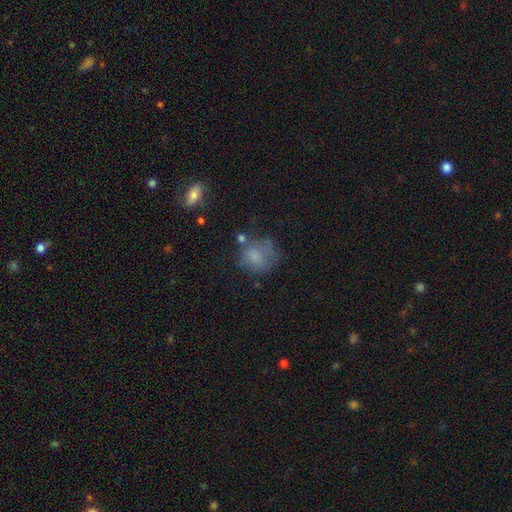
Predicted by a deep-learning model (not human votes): Smooth or featured?
  - smooth: 70% *
  - featured or disk: 18%
  - star or artifact: 12%
How rounded?
  - round: 66% *
  - in between: 33%
  - cigar-shaped: 1%
Merging?
  - none: 45% *
  - minor disturbance: 26%
  - major disturbance: 21%
  - merger: 8%